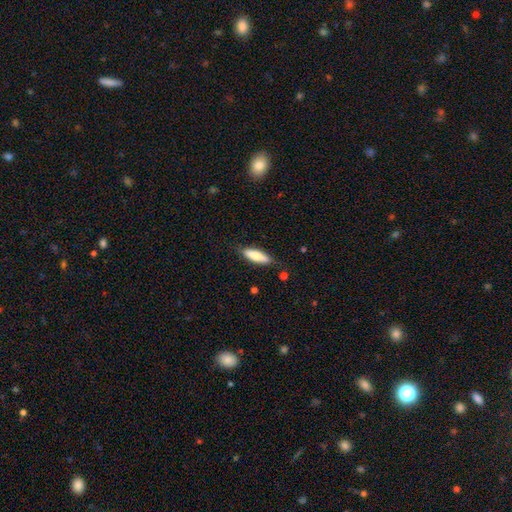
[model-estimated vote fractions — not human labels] A smooth galaxy with no disk features (78%) that is cigar-shaped (52%).

Vote fractions:
- Smooth or featured? smooth: 78% / featured or disk: 16% / star or artifact: 6%
- How rounded? cigar-shaped: 52% / in between: 47% / round: 2%
- Merging? none: 80% / minor disturbance: 15% / major disturbance: 3% / merger: 2%